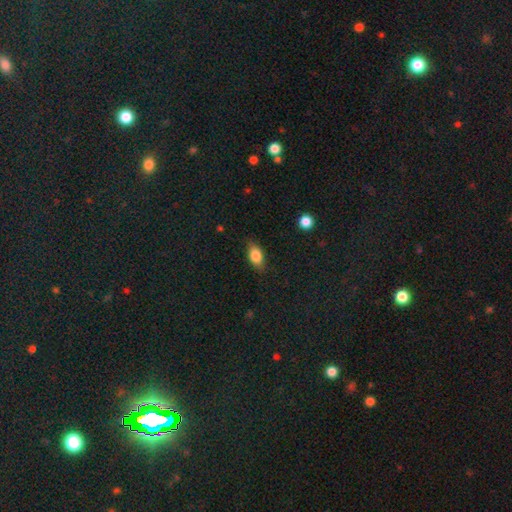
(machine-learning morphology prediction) This appears to be a smooth galaxy with no disk features (81%) that is in between round and cigar-shaped (85%). Merging: none (81%).